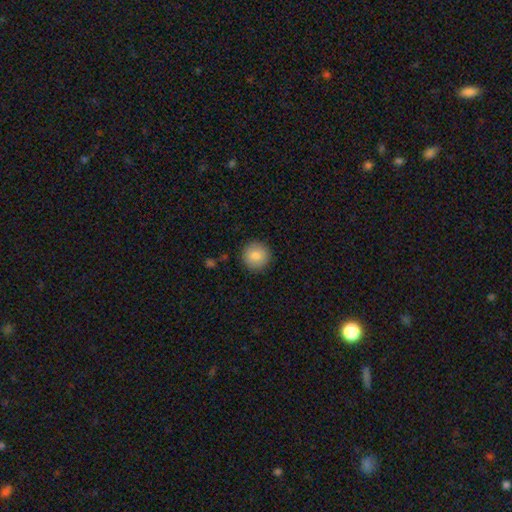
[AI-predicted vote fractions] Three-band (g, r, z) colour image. It shows a smooth galaxy with no disk features (85%) that is round (95%). Merging: none (91%).